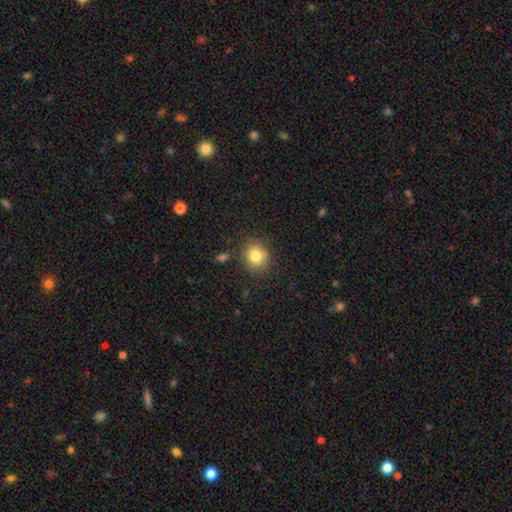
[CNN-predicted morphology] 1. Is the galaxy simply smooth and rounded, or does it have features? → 81% smooth, 11% star or artifact, 7% featured or disk.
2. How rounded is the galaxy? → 82% round, 18% in between, 1% cigar-shaped.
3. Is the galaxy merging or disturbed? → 85% none, 9% minor disturbance, 3% major disturbance, 3% merger.